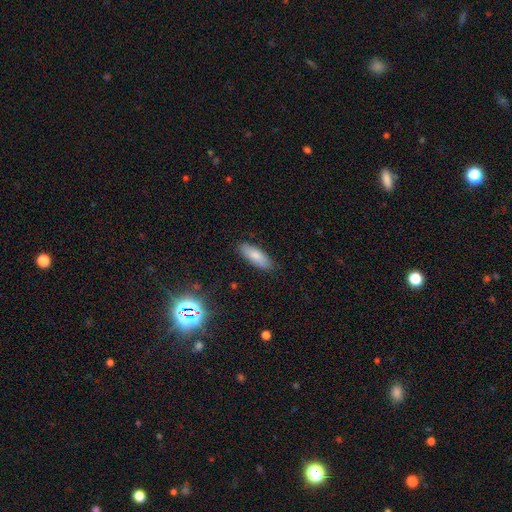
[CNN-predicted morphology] This appears to be a smooth galaxy with no disk features (80%) that is in between round and cigar-shaped (69%). Merging: none (86%).